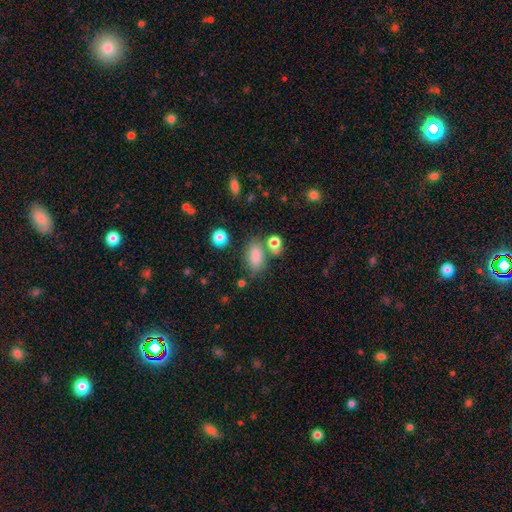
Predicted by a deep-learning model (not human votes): A smooth galaxy with no disk features (82%) that is in between round and cigar-shaped (85%). Merging: none (58%).